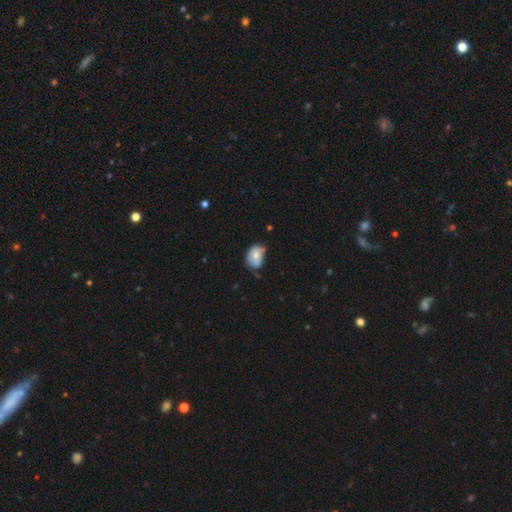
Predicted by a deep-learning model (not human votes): Smooth or featured? smooth (74%)
How rounded? in between (73%)
Merging? none (44%)